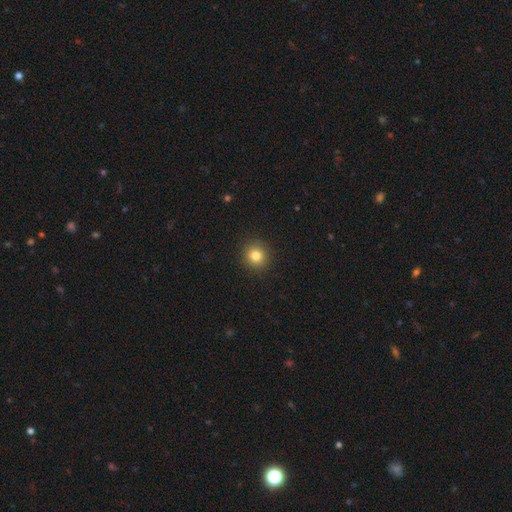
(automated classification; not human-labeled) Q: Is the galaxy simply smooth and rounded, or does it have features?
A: smooth — 81%.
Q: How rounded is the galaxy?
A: round — 92%.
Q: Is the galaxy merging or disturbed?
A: none — 92%.